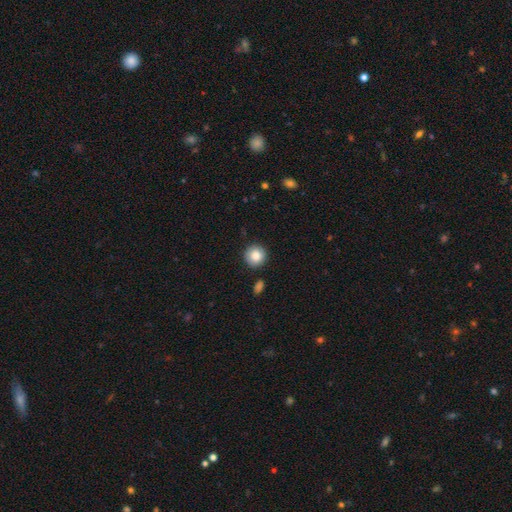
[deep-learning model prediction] Smooth or featured? smooth (85%)
How rounded? round (93%)
Merging? none (88%)